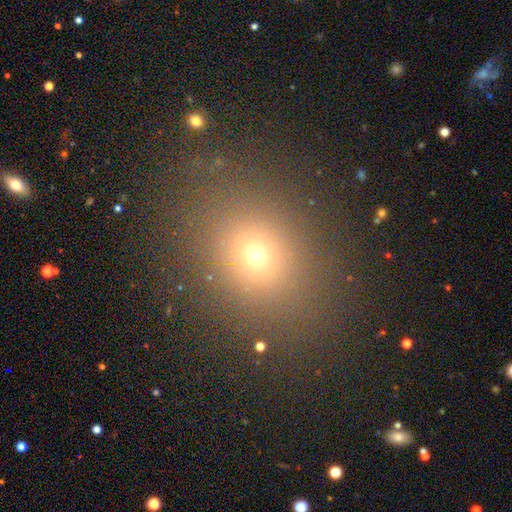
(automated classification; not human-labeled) The model was most divided on "how rounded": round: 61%, in between: 38%, cigar-shaped: 1%. More confident: merging — none (86%); smooth or featured — smooth (66%).